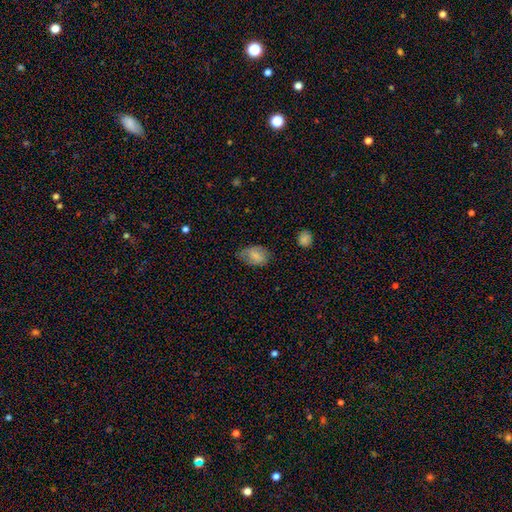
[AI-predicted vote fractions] Smooth or featured? Predicted: smooth (p=0.77). How rounded? Predicted: in between (p=0.86). Merging? Predicted: none (p=0.62).